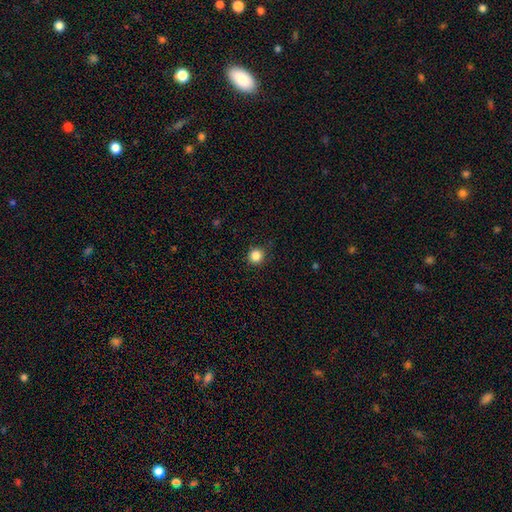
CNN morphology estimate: Smooth or featured?
  - smooth: 85% *
  - star or artifact: 11%
  - featured or disk: 4%
How rounded?
  - round: 93% *
  - in between: 6%
  - cigar-shaped: 1%
Merging?
  - none: 89% *
  - minor disturbance: 8%
  - major disturbance: 2%
  - merger: 1%